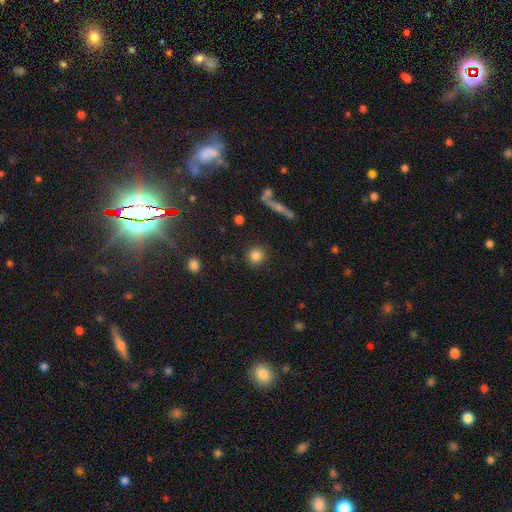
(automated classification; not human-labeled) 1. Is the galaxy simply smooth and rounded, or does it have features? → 84% smooth, 9% star or artifact, 6% featured or disk.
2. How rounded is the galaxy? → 93% round, 6% in between, 1% cigar-shaped.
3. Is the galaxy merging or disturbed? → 90% none, 6% minor disturbance, 2% major disturbance, 2% merger.